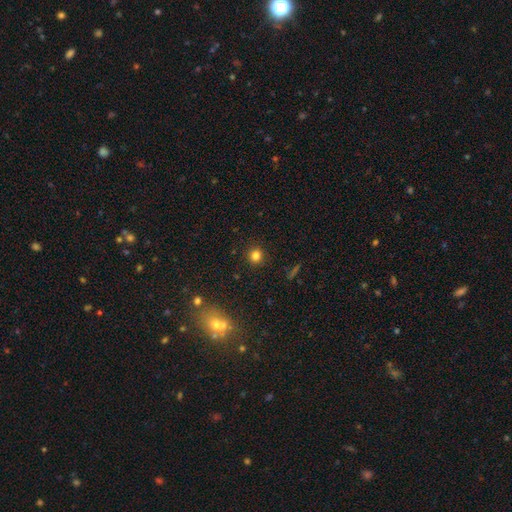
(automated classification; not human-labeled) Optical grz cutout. It shows a smooth galaxy with no disk features (80%) that is round (93%). Merging: none (91%).